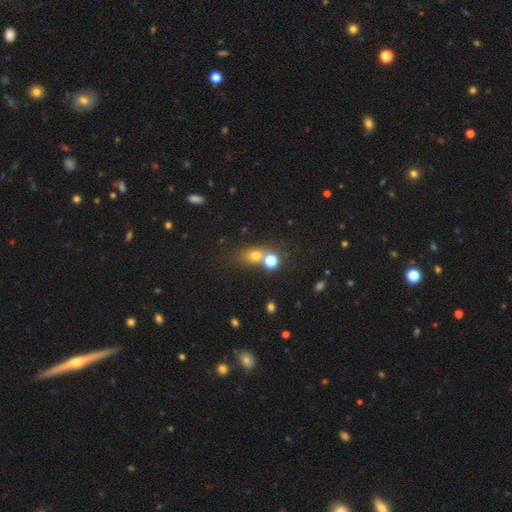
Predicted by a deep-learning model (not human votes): Smooth or featured? smooth (65%)
How rounded? round (49%)
Merging? none (50%)